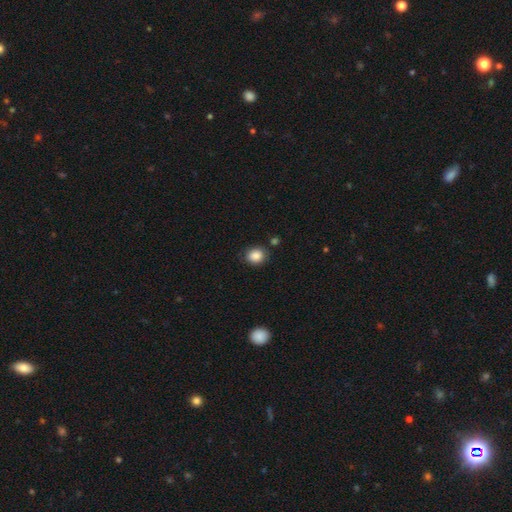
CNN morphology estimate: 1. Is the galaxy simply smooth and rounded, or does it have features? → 86% smooth, 9% star or artifact, 5% featured or disk.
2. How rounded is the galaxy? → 68% round, 31% in between, 1% cigar-shaped.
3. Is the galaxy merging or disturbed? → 81% none, 12% minor disturbance, 4% merger, 3% major disturbance.